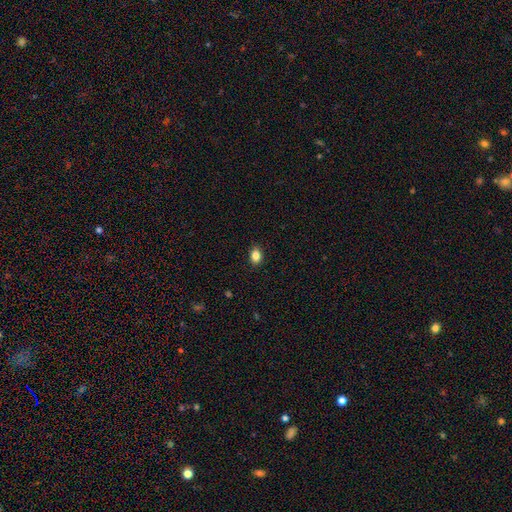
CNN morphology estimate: smooth-or-featured: smooth: 85% | star or artifact: 9% | featured or disk: 6%
  how-rounded: in between: 74% | round: 25% | cigar-shaped: 1%
  merging: none: 89% | minor disturbance: 8% | major disturbance: 2% | merger: 1%